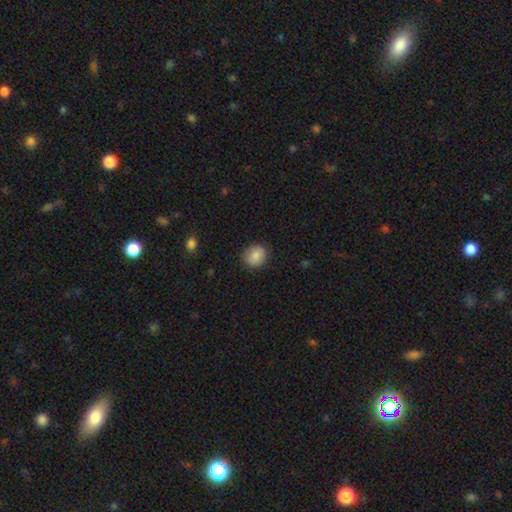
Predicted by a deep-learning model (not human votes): smooth-or-featured: smooth: 86% | star or artifact: 8% | featured or disk: 5%
  how-rounded: round: 71% | in between: 28% | cigar-shaped: 1%
  merging: none: 85% | minor disturbance: 11% | major disturbance: 3% | merger: 1%